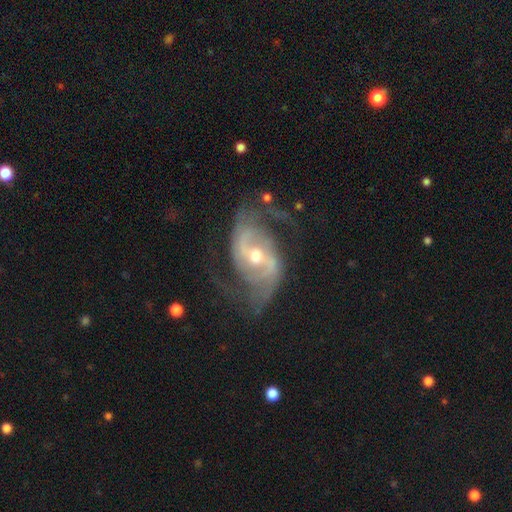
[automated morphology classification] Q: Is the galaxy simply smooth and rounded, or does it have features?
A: featured or disk — 89%.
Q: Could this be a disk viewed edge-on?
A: no — 97%.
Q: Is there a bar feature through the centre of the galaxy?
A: weak — 44%.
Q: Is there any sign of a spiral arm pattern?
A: yes — 96%.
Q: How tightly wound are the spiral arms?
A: medium — 45%.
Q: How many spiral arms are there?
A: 2 — 81%.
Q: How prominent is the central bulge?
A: moderate — 64%.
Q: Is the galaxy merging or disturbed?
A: none — 65%.